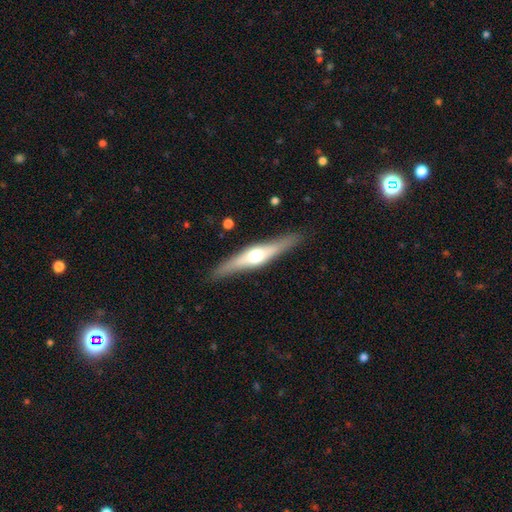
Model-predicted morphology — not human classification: Smooth or featured?
  - featured or disk: 68% *
  - smooth: 27%
  - star or artifact: 5%
Edge-on disk?
  - yes: 95% *
  - no: 5%
Edge-on bulge?
  - rounded: 94% *
  - boxy: 4%
  - none: 3%
Merging?
  - none: 88% *
  - minor disturbance: 9%
  - major disturbance: 2%
  - merger: 1%